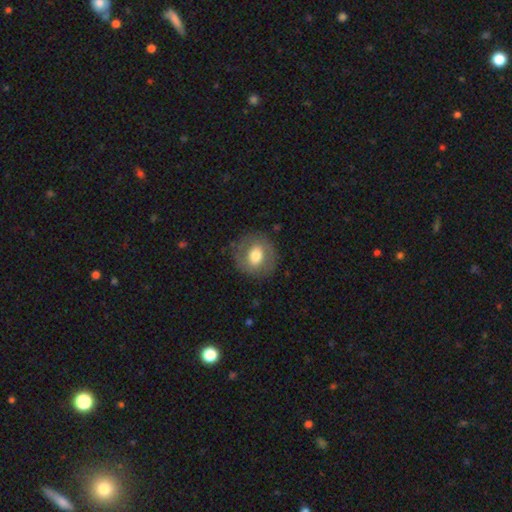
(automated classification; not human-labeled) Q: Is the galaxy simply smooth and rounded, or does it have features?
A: smooth — 62%.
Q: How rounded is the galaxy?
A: round — 79%.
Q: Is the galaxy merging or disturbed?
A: none — 82%.